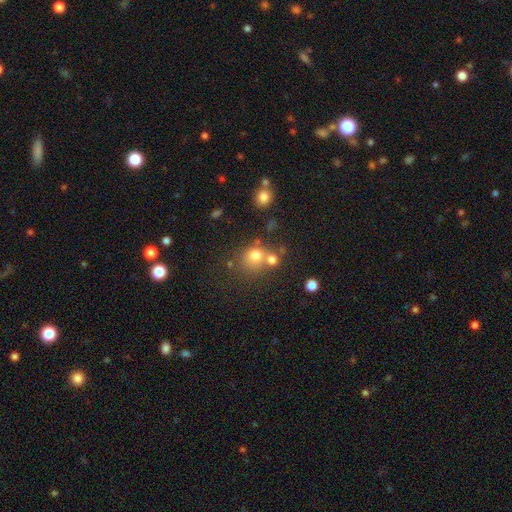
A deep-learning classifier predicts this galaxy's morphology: The model was most divided on "merging": none: 51%, merger: 34%, minor disturbance: 11%, major disturbance: 5%. More confident: how rounded — round (80%); smooth or featured — smooth (73%).